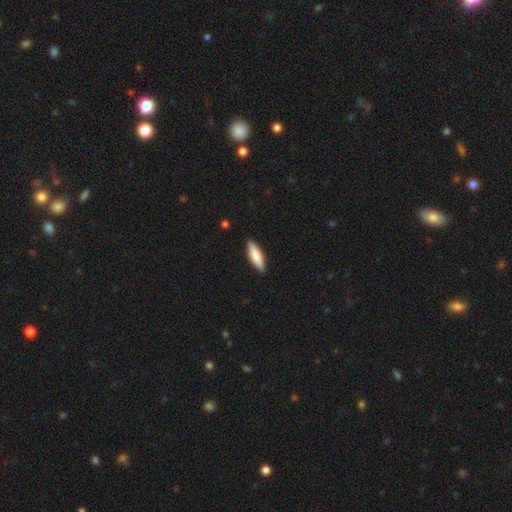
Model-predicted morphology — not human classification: This is clearly a smooth galaxy (82%). How rounded: likely cigar-shaped (61%). Merging: clearly none (90%).